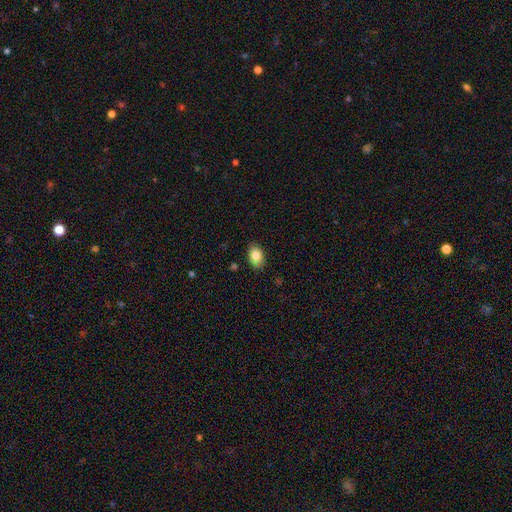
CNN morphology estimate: A smooth galaxy with no disk features (84%) that is in between round and cigar-shaped (84%).

Vote fractions:
- Smooth or featured? smooth: 84% / featured or disk: 8% / star or artifact: 8%
- How rounded? in between: 84% / round: 15% / cigar-shaped: 1%
- Merging? none: 85% / minor disturbance: 12% / major disturbance: 2% / merger: 1%